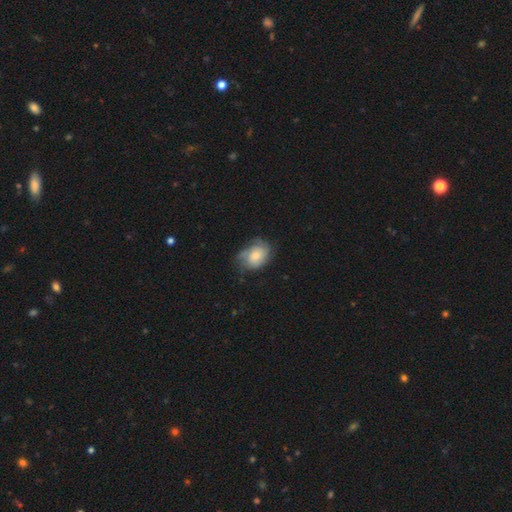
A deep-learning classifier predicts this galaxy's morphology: smooth 52%, featured or disk 40%, star or artifact 8%. Down the decision tree: how rounded — in between (66%); merging — none (50%).